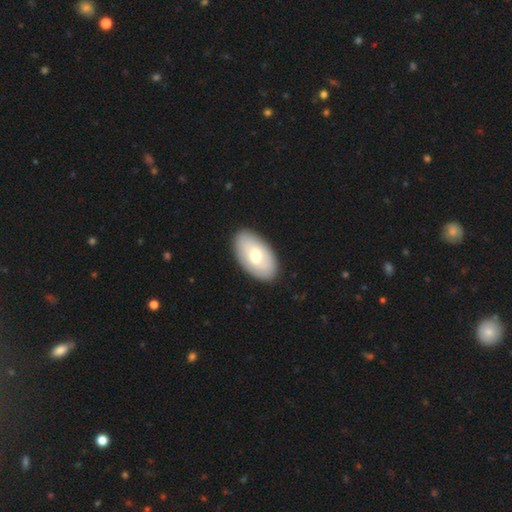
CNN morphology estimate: smooth-or-featured: smooth: 63% | featured or disk: 32% | star or artifact: 6%
  how-rounded: in between: 95% | round: 4% | cigar-shaped: 2%
  merging: none: 87% | minor disturbance: 9% | major disturbance: 2% | merger: 1%